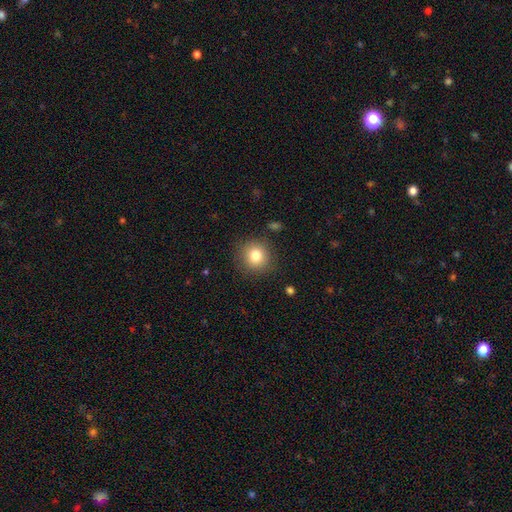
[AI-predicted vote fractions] Smooth or featured? smooth (81%)
How rounded? round (91%)
Merging? none (88%)